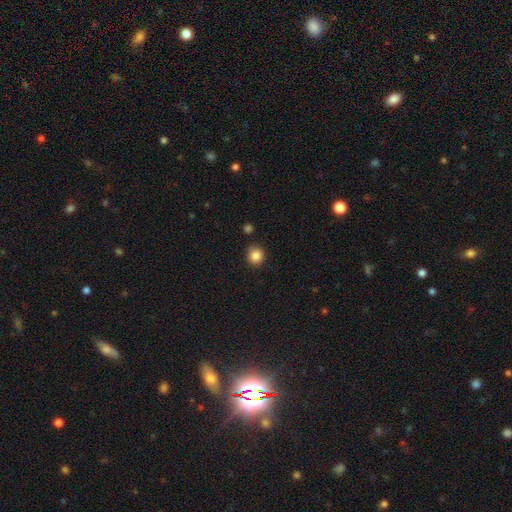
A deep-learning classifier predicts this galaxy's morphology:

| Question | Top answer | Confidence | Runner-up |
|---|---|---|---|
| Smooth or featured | smooth | 85% | star or artifact (10%) |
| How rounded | round | 87% | in between (12%) |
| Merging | none | 84% | minor disturbance (11%) |